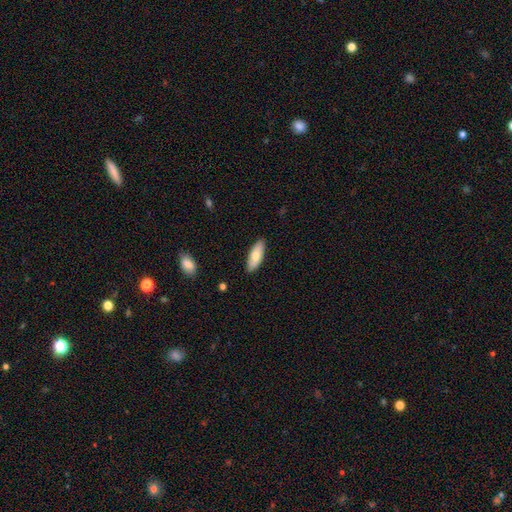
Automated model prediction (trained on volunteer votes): smooth 73%, featured or disk 21%, star or artifact 6%. Down the decision tree: how rounded — in between (70%); merging — none (88%).